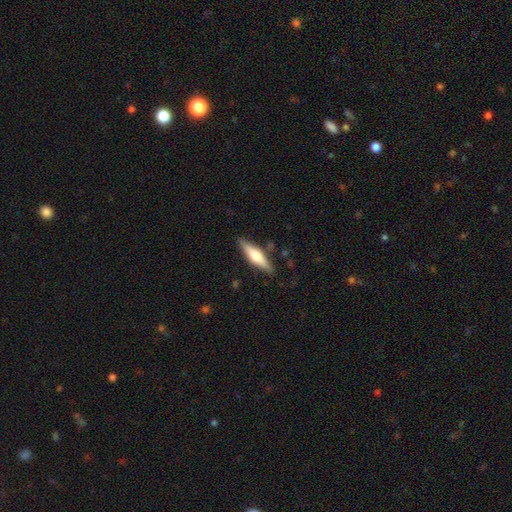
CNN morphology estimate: Q: Smooth or featured?
A: featured or disk (54%); runner-up: smooth (40%)
Q: Edge-on disk?
A: yes (95%); runner-up: no (5%)
Q: Edge-on bulge?
A: rounded (86%); runner-up: boxy (10%)
Q: Merging?
A: none (86%); runner-up: minor disturbance (10%)